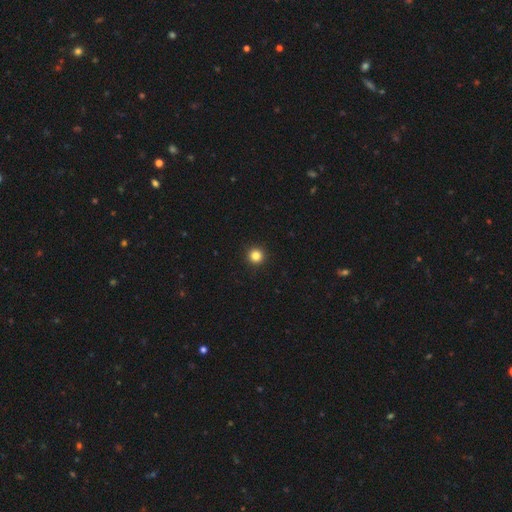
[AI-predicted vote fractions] The model was most divided on "smooth or featured": smooth: 84%, star or artifact: 12%, featured or disk: 4%. More confident: how rounded — round (96%); merging — none (94%).